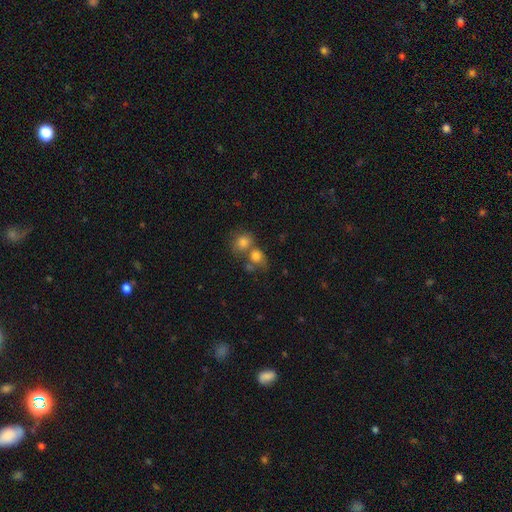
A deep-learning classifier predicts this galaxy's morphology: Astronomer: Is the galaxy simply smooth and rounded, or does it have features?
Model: smooth — 74%.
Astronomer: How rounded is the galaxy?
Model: round — 66%.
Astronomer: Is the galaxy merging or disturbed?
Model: merger — 53% (runner-up: none, 31%).